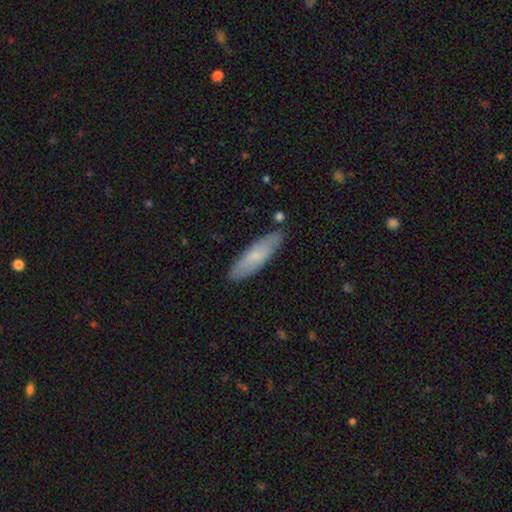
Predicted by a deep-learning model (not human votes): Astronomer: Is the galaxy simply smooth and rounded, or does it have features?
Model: smooth — 71%.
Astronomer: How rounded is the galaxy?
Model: cigar-shaped — 65%.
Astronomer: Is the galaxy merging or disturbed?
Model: none — 85%.